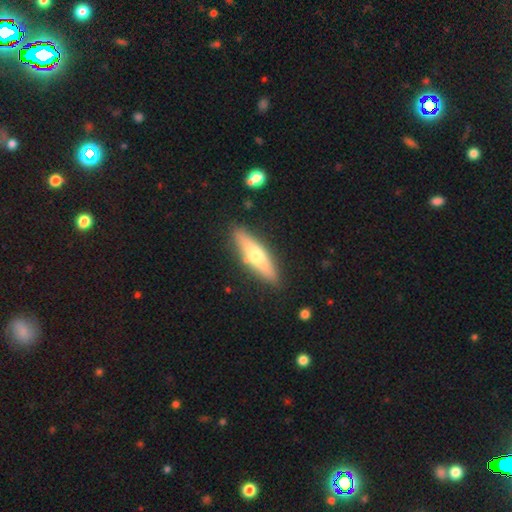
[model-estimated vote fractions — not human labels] Morphology: type=smooth (51%); roundness=cigar-shaped (71%); merging=none (86%).